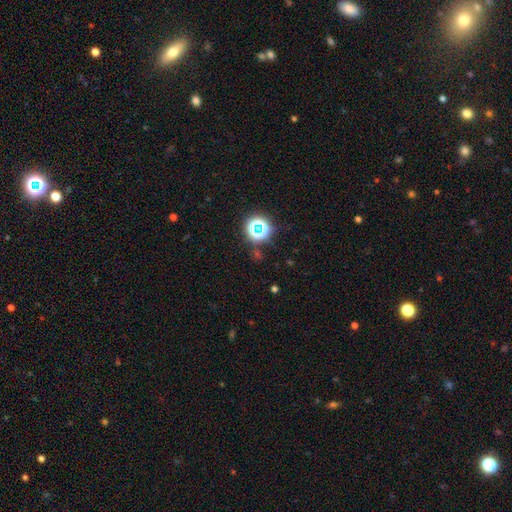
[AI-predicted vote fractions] smooth-or-featured: star or artifact: 74% | smooth: 18% | featured or disk: 8%